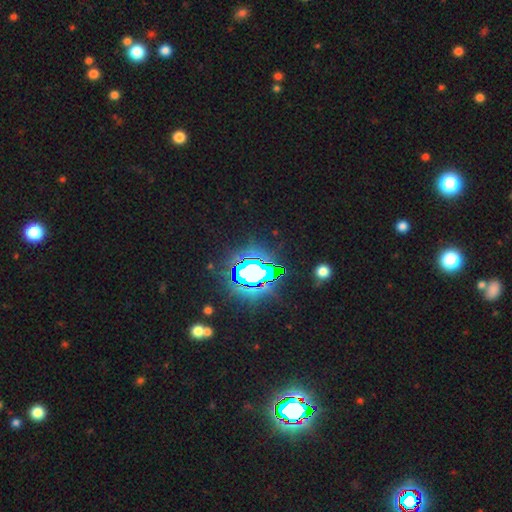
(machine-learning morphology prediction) Smooth or featured?
  - star or artifact: 82% *
  - smooth: 11%
  - featured or disk: 7%